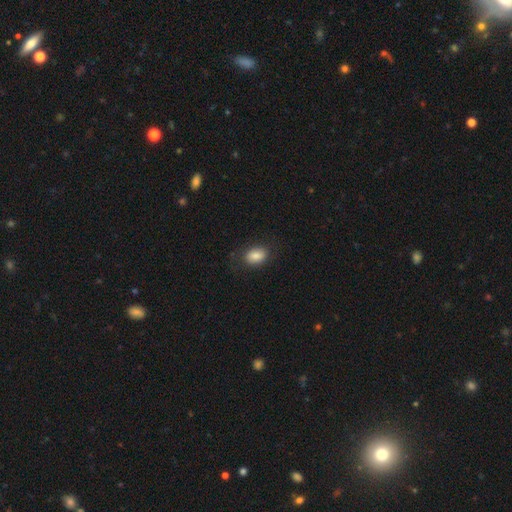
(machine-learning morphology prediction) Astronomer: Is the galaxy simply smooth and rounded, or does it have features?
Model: smooth — 85%.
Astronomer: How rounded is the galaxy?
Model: in between — 83%.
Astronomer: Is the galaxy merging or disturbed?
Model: none — 79%.